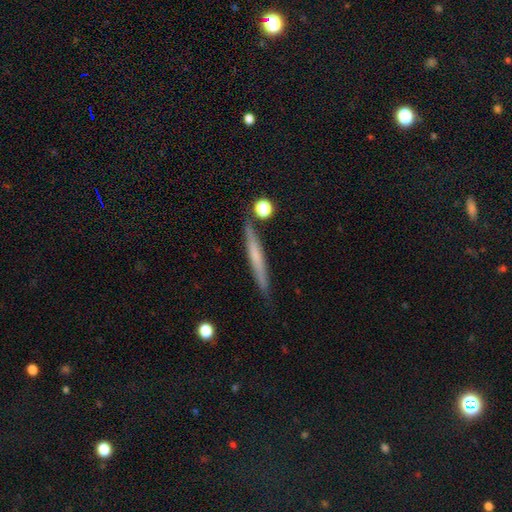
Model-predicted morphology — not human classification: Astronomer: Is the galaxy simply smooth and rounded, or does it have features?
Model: smooth — 48% (runner-up: featured or disk, 45%).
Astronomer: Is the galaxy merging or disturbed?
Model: none — 84%.